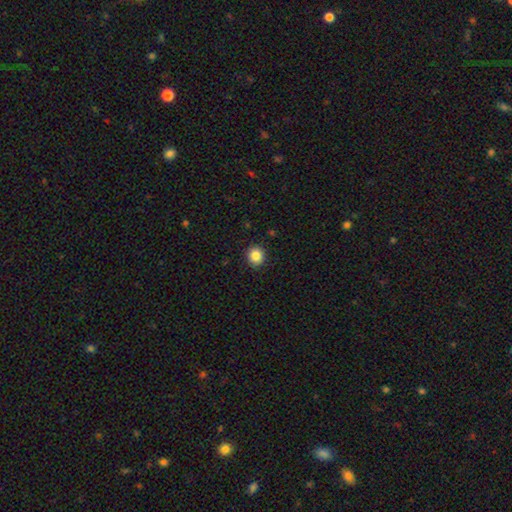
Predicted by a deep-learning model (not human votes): smooth_or_featured: smooth (p=0.85) [alt: star or artifact p=0.10]
how_rounded: round (p=0.87) [alt: in between p=0.12]
merging: none (p=0.91) [alt: minor disturbance p=0.06]